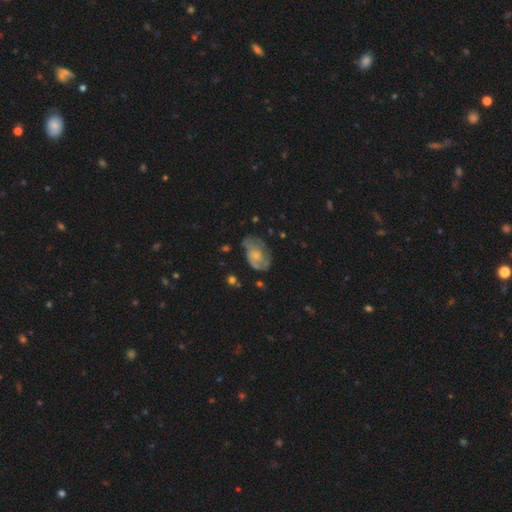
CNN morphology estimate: A featured or disk galaxy (54%) with no bar (79%), spiral arms (59%) and a small central bulge (44%).

Vote fractions:
- Smooth or featured? featured or disk: 54% / smooth: 38% / star or artifact: 8%
- Edge-on disk? no: 96% / yes: 4%
- Bar? no: 79% / weak: 18% / strong: 3%
- Spiral arms? yes: 59% / no: 41%
- Bulge size? small: 44% / moderate: 35% / none: 14% / large: 6% / dominant: 1%
- Merging? none: 43% / minor disturbance: 30% / major disturbance: 24% / merger: 3%